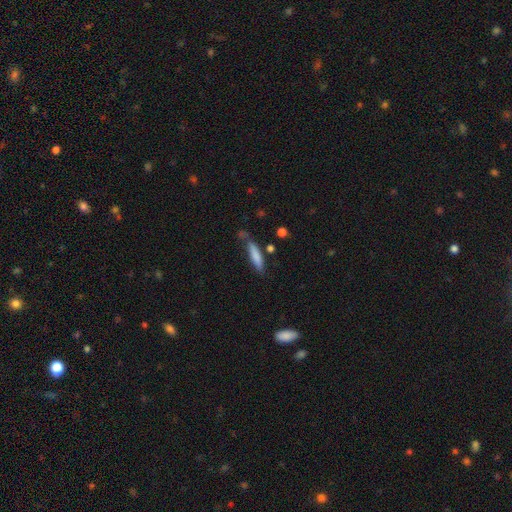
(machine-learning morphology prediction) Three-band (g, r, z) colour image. It shows a smooth galaxy with no disk features (78%) that is cigar-shaped (78%). Merging: none (62%).